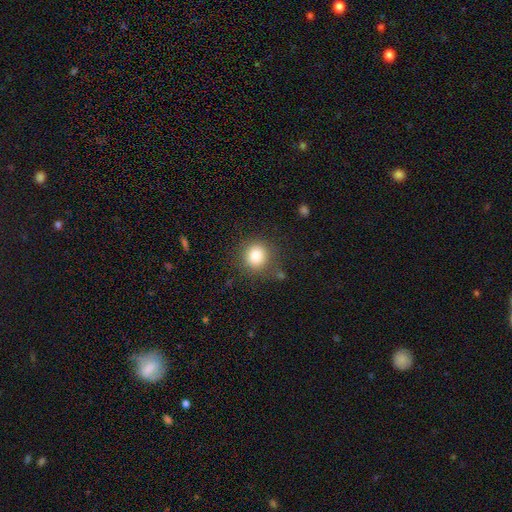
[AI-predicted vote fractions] smooth 85%, star or artifact 10%, featured or disk 5%. Down the decision tree: how rounded — round (87%); merging — none (81%).